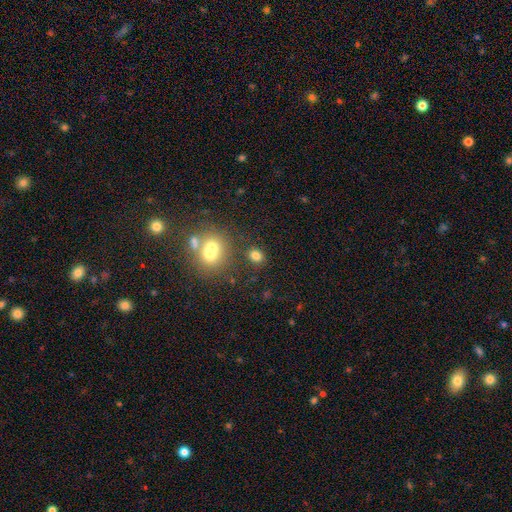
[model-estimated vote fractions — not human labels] Q: Smooth or featured?
A: smooth (76%); runner-up: star or artifact (14%)
Q: How rounded?
A: round (63%); runner-up: in between (36%)
Q: Merging?
A: none (69%); runner-up: merger (17%)